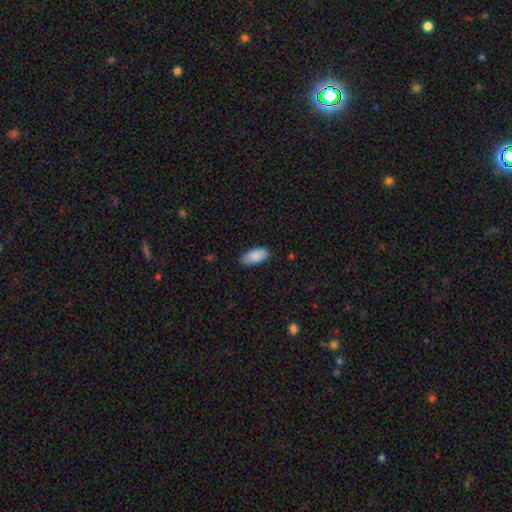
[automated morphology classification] Smooth or featured?
  - smooth: 89% *
  - star or artifact: 6%
  - featured or disk: 5%
How rounded?
  - in between: 90% *
  - cigar-shaped: 8%
  - round: 2%
Merging?
  - none: 83% *
  - minor disturbance: 14%
  - major disturbance: 2%
  - merger: 1%